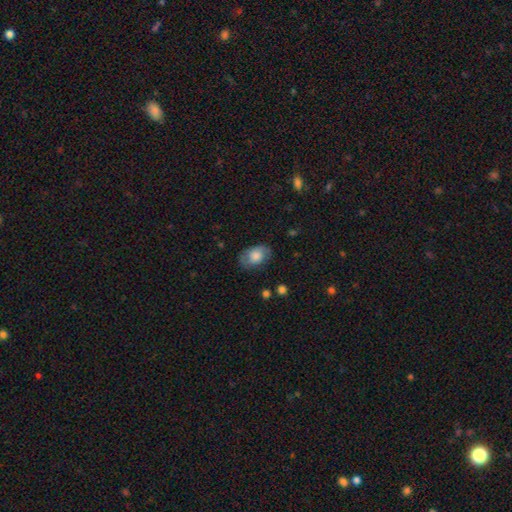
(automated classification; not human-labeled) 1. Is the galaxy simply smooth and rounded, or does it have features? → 68% smooth, 24% featured or disk, 7% star or artifact.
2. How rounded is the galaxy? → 86% in between, 13% round, 1% cigar-shaped.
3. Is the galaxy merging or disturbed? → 74% none, 19% minor disturbance, 6% major disturbance, 1% merger.